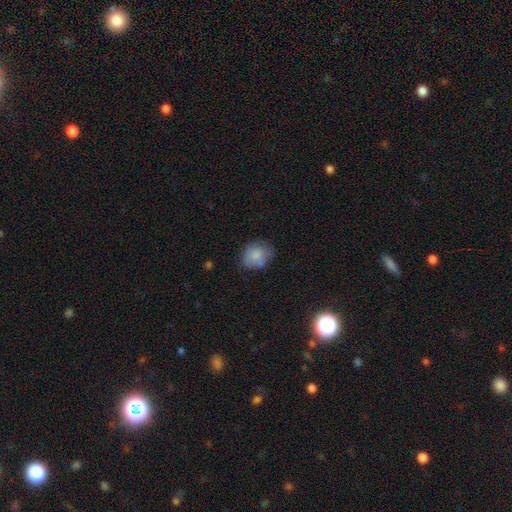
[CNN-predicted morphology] Smooth or featured?
  - smooth: 77% *
  - featured or disk: 14%
  - star or artifact: 8%
How rounded?
  - round: 53% *
  - in between: 46%
  - cigar-shaped: 1%
Merging?
  - none: 59% *
  - minor disturbance: 27%
  - major disturbance: 8%
  - merger: 6%